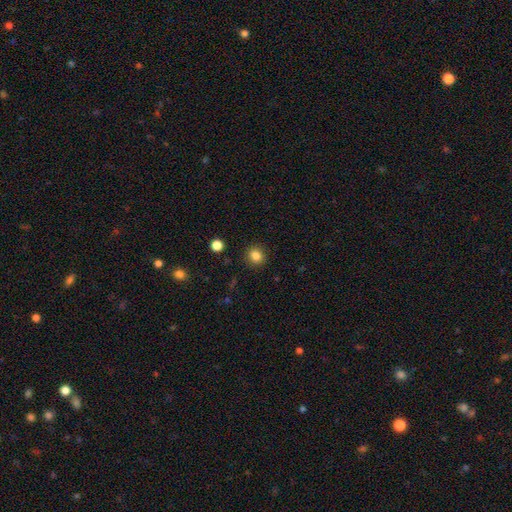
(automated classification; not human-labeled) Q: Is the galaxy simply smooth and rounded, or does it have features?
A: smooth — 84%.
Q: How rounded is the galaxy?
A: round — 82%.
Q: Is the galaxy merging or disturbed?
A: none — 91%.